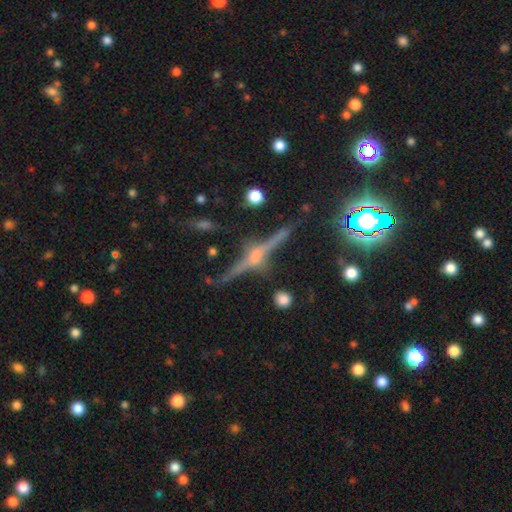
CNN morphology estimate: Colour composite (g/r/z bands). It shows a featured or disk galaxy (81%) viewed edge-on (97%) with a rounded central bulge (94%). Merging: none (86%).